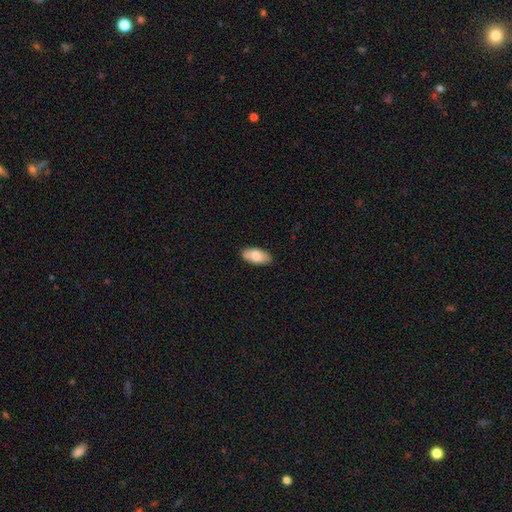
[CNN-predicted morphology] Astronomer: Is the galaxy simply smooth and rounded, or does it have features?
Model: smooth — 79%.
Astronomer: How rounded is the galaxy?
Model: in between — 93%.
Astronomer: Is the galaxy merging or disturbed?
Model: none — 83%.